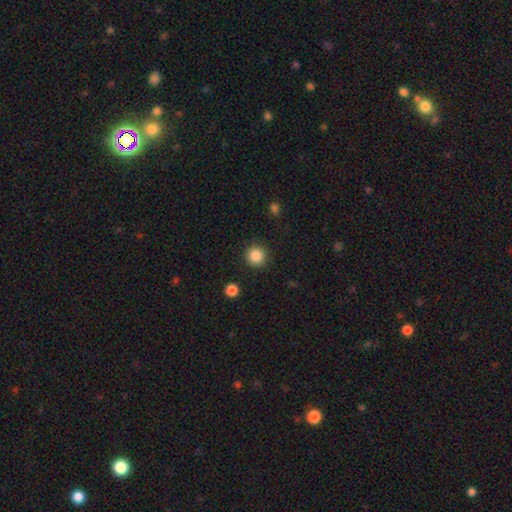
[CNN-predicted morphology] Smooth or featured? Predicted: smooth (p=0.86). How rounded? Predicted: round (p=0.95). Merging? Predicted: none (p=0.91).